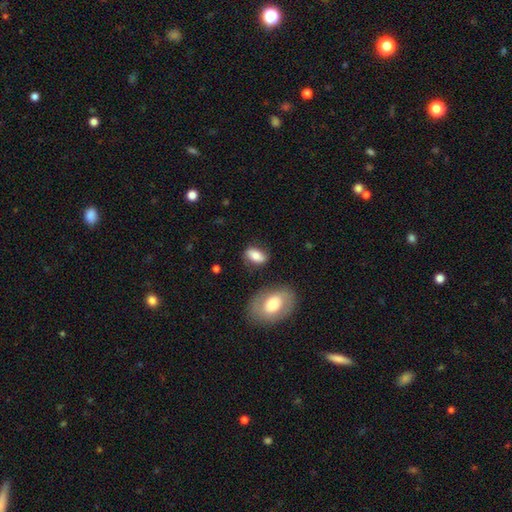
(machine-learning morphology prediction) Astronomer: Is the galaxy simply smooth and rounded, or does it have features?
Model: smooth — 69%.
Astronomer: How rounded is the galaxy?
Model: in between — 85%.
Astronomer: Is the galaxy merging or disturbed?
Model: none — 73%.